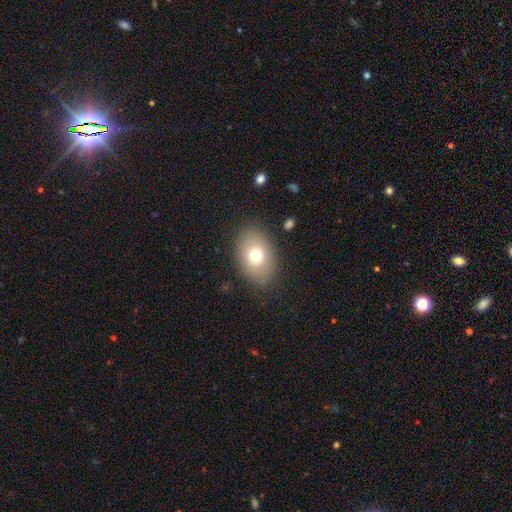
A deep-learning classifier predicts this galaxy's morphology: This appears to be a smooth galaxy with no disk features (73%) that is in between round and cigar-shaped (80%). Merging: none (84%).